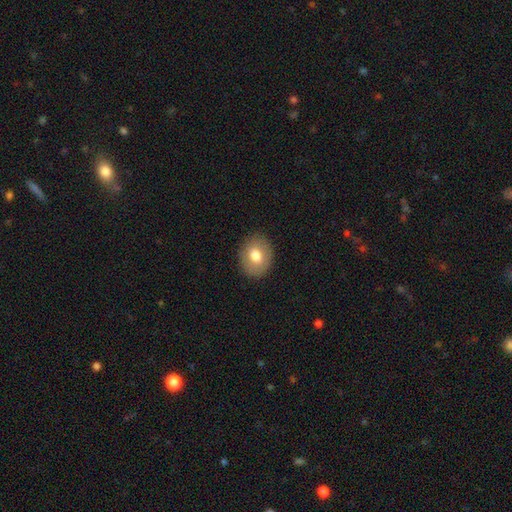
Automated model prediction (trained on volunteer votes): Smooth or featured? smooth (75%)
How rounded? in between (51%)
Merging? none (87%)